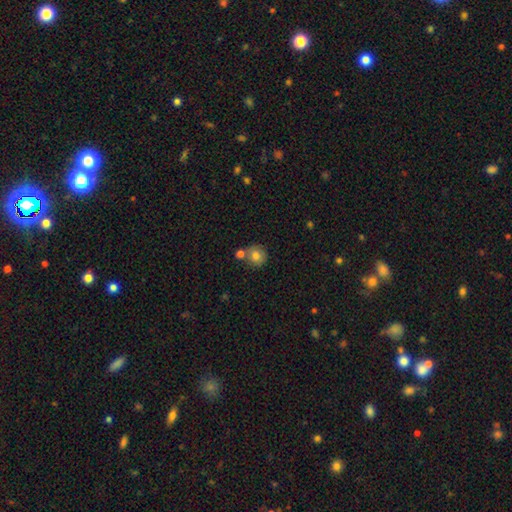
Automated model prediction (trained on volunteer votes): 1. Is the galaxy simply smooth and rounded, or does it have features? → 79% smooth, 11% featured or disk, 10% star or artifact.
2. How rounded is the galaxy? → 89% round, 10% in between, 1% cigar-shaped.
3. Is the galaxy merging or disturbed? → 60% none, 27% merger, 10% minor disturbance, 3% major disturbance.